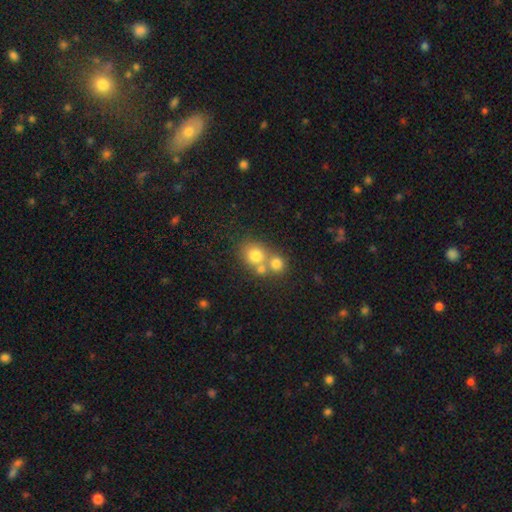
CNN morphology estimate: Smooth or featured: smooth — 73% (featured or disk — 14%)
How rounded: round — 77% (in between — 22%)
Merging: merger — 47% (none — 42%)